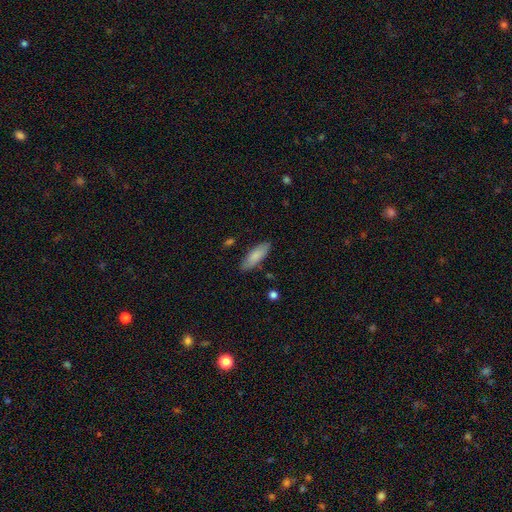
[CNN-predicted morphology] smooth-or-featured: smooth: 82% | featured or disk: 12% | star or artifact: 6%
  how-rounded: in between: 61% | cigar-shaped: 38% | round: 2%
  merging: none: 84% | minor disturbance: 12% | major disturbance: 2% | merger: 2%